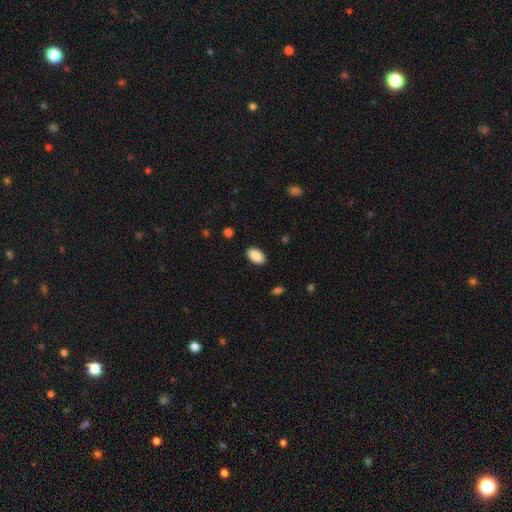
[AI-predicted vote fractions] A smooth galaxy with no disk features (90%) that is in between round and cigar-shaped (94%). Merging: none (88%).